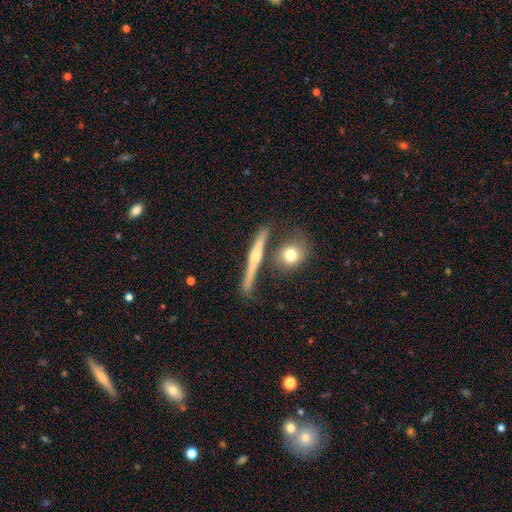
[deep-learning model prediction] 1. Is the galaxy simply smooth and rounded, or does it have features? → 65% featured or disk, 28% smooth, 7% star or artifact.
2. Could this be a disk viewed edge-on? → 95% yes, 5% no.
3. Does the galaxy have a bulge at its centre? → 77% rounded, 17% none, 6% boxy.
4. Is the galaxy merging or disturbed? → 74% none, 12% minor disturbance, 11% merger, 4% major disturbance.